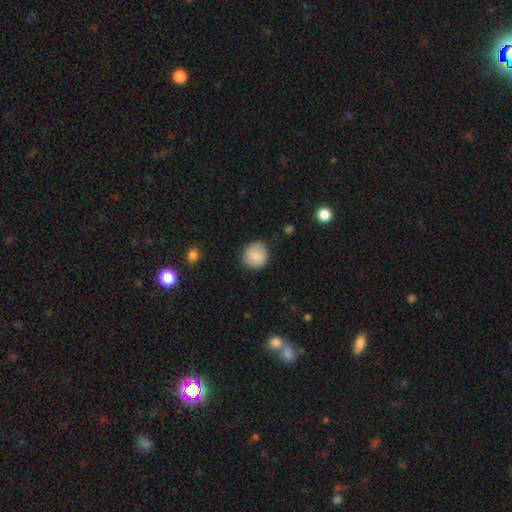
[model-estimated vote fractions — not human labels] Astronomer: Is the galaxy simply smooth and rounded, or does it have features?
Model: smooth — 85%.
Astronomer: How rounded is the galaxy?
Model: round — 91%.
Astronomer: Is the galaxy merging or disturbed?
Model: none — 85%.